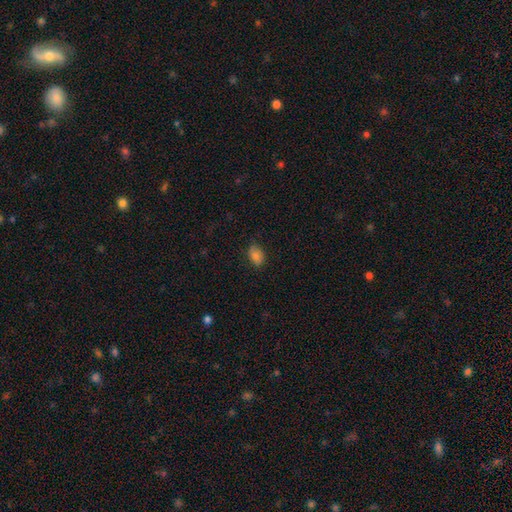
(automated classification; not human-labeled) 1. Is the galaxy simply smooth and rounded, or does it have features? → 81% smooth, 10% featured or disk, 9% star or artifact.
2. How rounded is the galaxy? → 84% in between, 15% round, 1% cigar-shaped.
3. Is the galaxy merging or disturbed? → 79% none, 17% minor disturbance, 3% major disturbance, 1% merger.